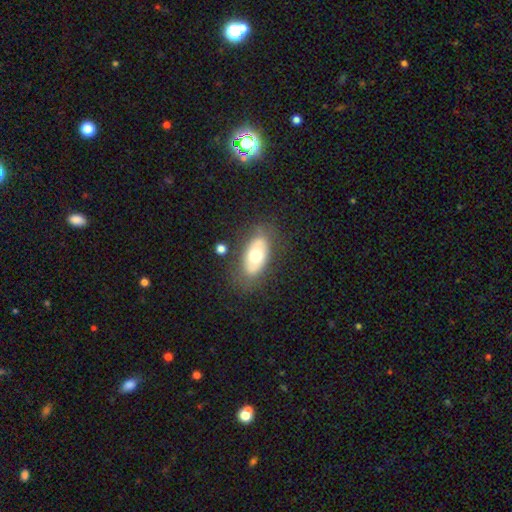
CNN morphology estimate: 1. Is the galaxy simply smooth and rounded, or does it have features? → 53% smooth, 40% featured or disk, 7% star or artifact.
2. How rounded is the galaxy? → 90% in between, 7% round, 4% cigar-shaped.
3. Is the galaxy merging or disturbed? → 75% none, 15% minor disturbance, 7% major disturbance, 3% merger.